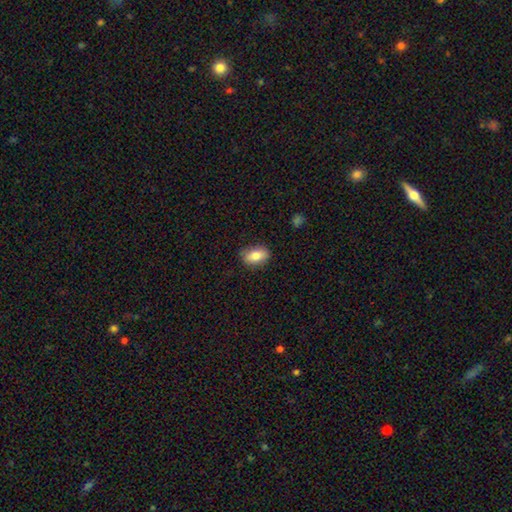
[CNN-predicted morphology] smooth-or-featured: smooth: 81% | featured or disk: 11% | star or artifact: 7%
  how-rounded: in between: 86% | round: 10% | cigar-shaped: 3%
  merging: none: 83% | minor disturbance: 13% | major disturbance: 3% | merger: 1%